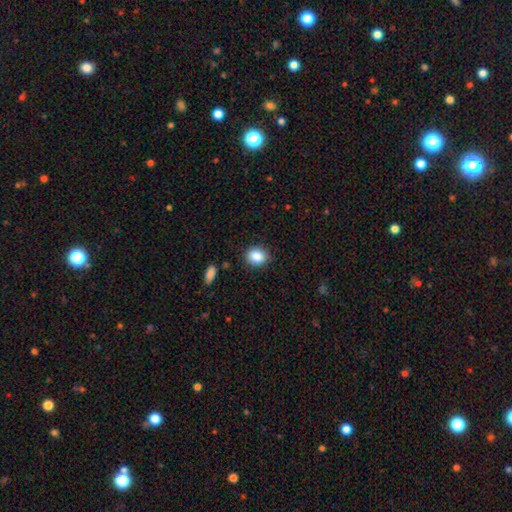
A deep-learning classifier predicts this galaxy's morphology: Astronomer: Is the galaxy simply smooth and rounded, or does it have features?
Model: smooth — 86%.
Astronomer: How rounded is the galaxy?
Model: round — 60% (runner-up: in between, 39%).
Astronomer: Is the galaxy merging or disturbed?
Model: none — 86%.